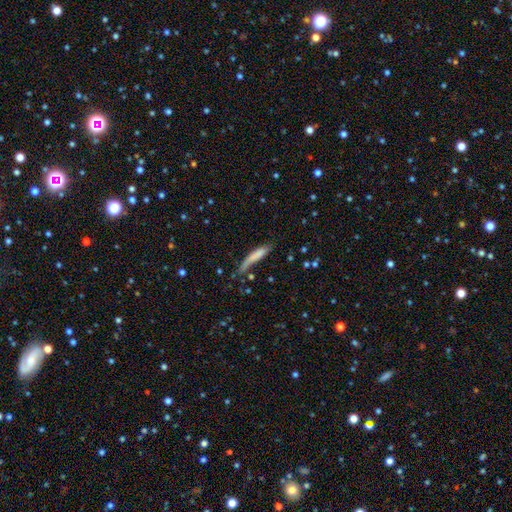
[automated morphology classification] smooth_or_featured: smooth (p=0.74) [alt: featured or disk p=0.18]
how_rounded: cigar-shaped (p=0.86) [alt: in between p=0.13]
merging: none (p=0.51) [alt: minor disturbance p=0.29]